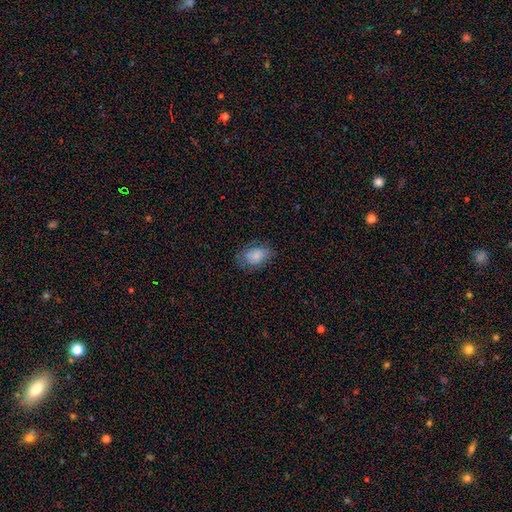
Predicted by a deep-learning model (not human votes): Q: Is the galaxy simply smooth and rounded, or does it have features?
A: smooth — 78%.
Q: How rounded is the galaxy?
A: in between — 82%.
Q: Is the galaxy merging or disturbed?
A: none — 68%.